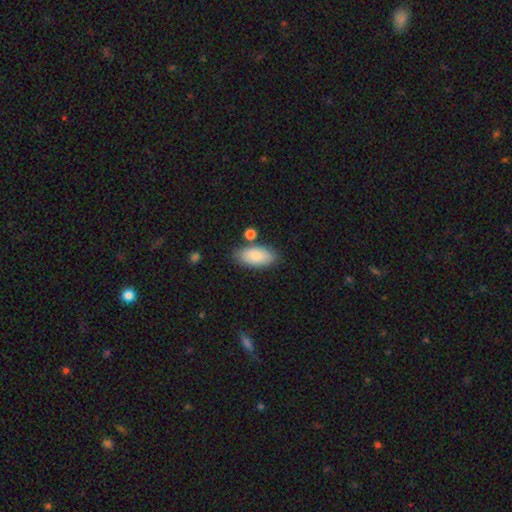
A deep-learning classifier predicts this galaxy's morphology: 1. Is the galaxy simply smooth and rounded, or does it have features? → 83% smooth, 10% featured or disk, 6% star or artifact.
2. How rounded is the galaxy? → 92% in between, 5% cigar-shaped, 3% round.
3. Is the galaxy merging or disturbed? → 75% none, 14% minor disturbance, 8% merger, 3% major disturbance.